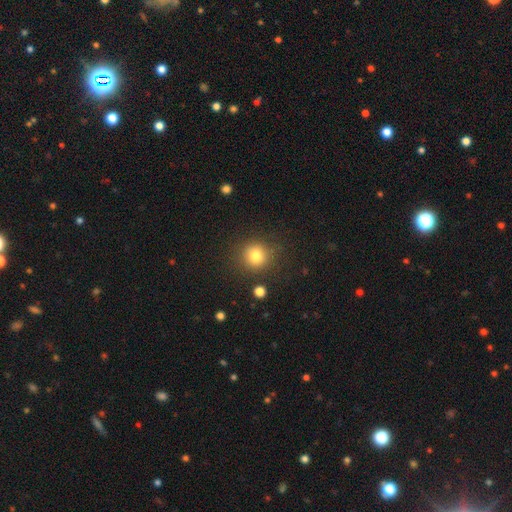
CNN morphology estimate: Smooth or featured? Predicted: smooth (p=0.80). How rounded? Predicted: round (p=0.90). Merging? Predicted: none (p=0.84).